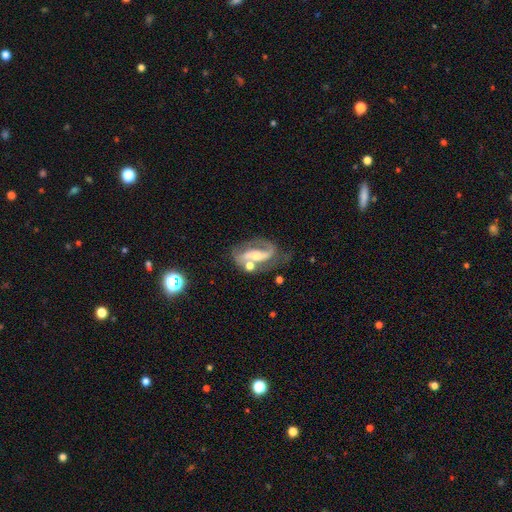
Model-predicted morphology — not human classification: Smooth or featured? featured or disk (84%)
Edge-on disk? no (94%)
Bar? strong (47%)
Spiral arms? yes (92%)
Spiral winding? medium (49%)
Spiral arm count? 2 (80%)
Bulge size? moderate (57%)
Merging? none (53%)